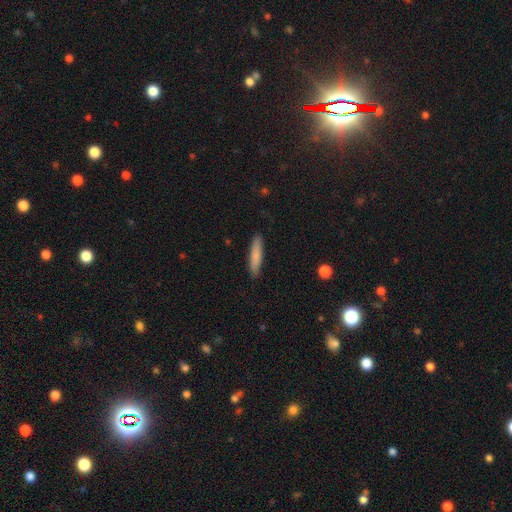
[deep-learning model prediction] smooth_or_featured: smooth (p=0.82) [alt: featured or disk p=0.12]
how_rounded: cigar-shaped (p=0.87) [alt: in between p=0.12]
merging: none (p=0.89) [alt: minor disturbance p=0.08]